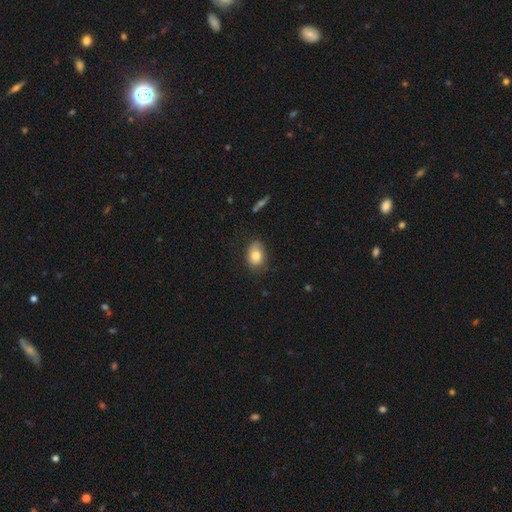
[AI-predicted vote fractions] The model was most divided on "merging": none: 73%, minor disturbance: 21%, major disturbance: 5%, merger: 1%. More confident: smooth or featured — smooth (78%); how rounded — in between (78%).